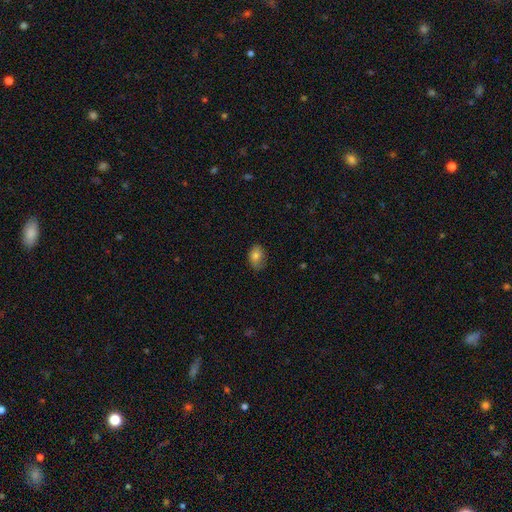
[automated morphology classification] Smooth or featured? smooth (80%)
How rounded? in between (80%)
Merging? none (72%)